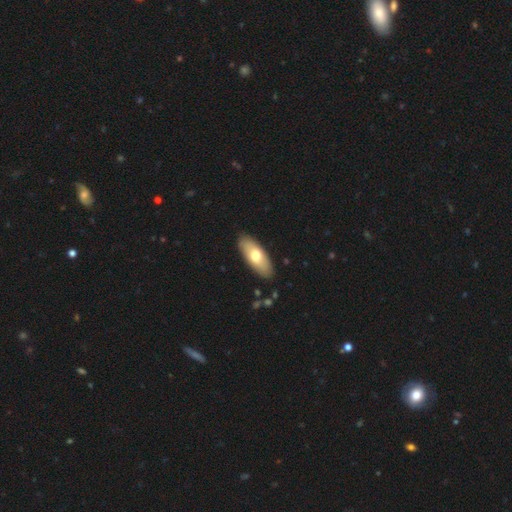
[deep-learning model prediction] Overall: smooth (66%; featured or disk 29%). How rounded: in between (81%). Merging: none (88%).